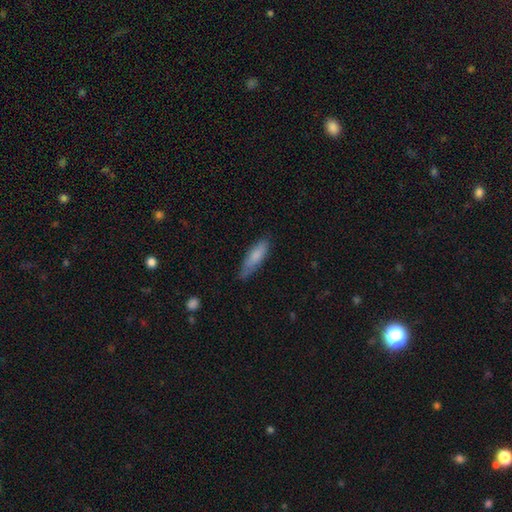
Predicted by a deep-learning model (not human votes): A smooth galaxy with no disk features (78%) that is cigar-shaped (59%).

Vote fractions:
- Smooth or featured? smooth: 78% / featured or disk: 16% / star or artifact: 6%
- How rounded? cigar-shaped: 59% / in between: 39% / round: 1%
- Merging? none: 68% / minor disturbance: 26% / major disturbance: 5% / merger: 2%